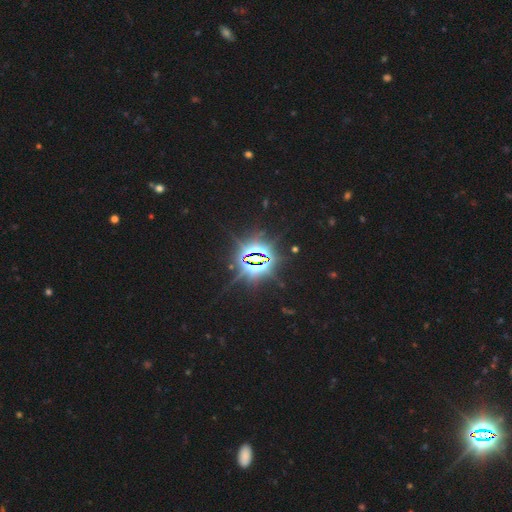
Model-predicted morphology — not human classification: Smooth or featured? star or artifact (85%)